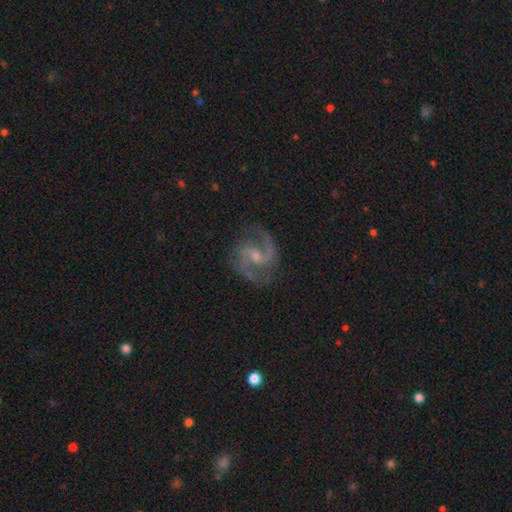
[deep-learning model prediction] Smooth or featured? featured or disk (91%)
Edge-on disk? no (98%)
Bar? weak (55%)
Spiral arms? yes (98%)
Spiral winding? medium (64%)
Spiral arm count? 2 (92%)
Bulge size? small (54%)
Merging? none (79%)